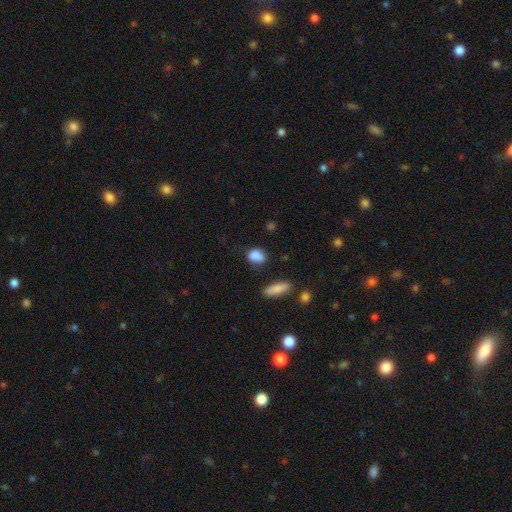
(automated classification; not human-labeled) Q: Smooth or featured?
A: smooth (84%); runner-up: star or artifact (9%)
Q: How rounded?
A: in between (62%); runner-up: round (35%)
Q: Merging?
A: none (56%); runner-up: minor disturbance (27%)